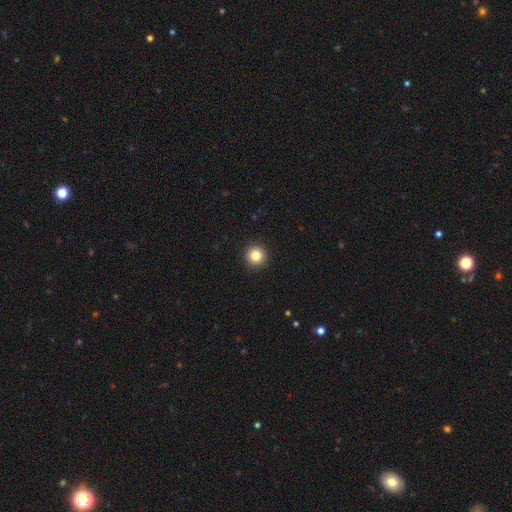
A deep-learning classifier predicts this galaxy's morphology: A smooth galaxy with no disk features (84%) that is round (96%).

Vote fractions:
- Smooth or featured? smooth: 84% / star or artifact: 11% / featured or disk: 6%
- How rounded? round: 96% / in between: 3% / cigar-shaped: 1%
- Merging? none: 93% / minor disturbance: 4% / major disturbance: 2% / merger: 1%